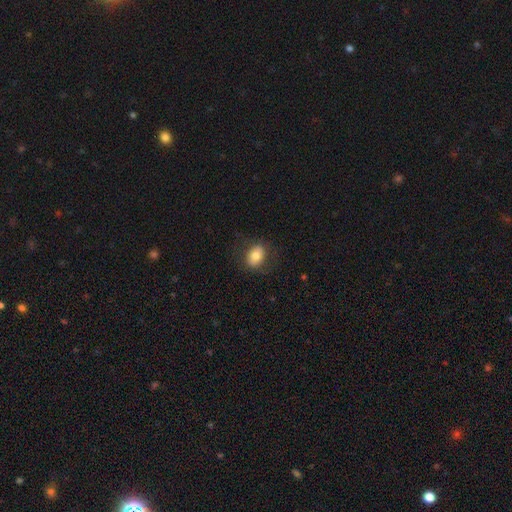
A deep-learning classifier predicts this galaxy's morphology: Smooth or featured? smooth (78%)
How rounded? in between (67%)
Merging? none (80%)